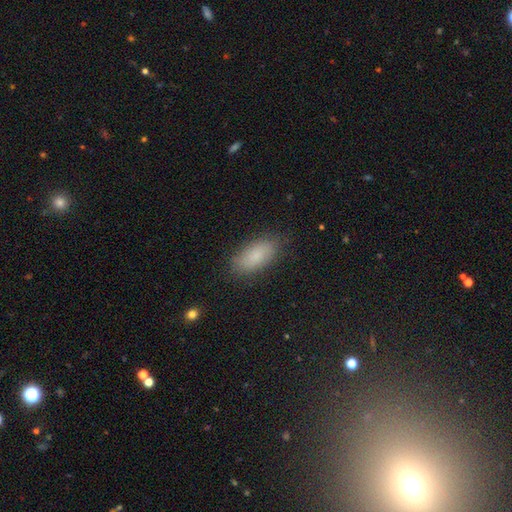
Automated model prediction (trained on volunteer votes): Q: Smooth or featured?
A: smooth (82%); runner-up: featured or disk (10%)
Q: How rounded?
A: in between (89%); runner-up: cigar-shaped (8%)
Q: Merging?
A: none (84%); runner-up: minor disturbance (12%)